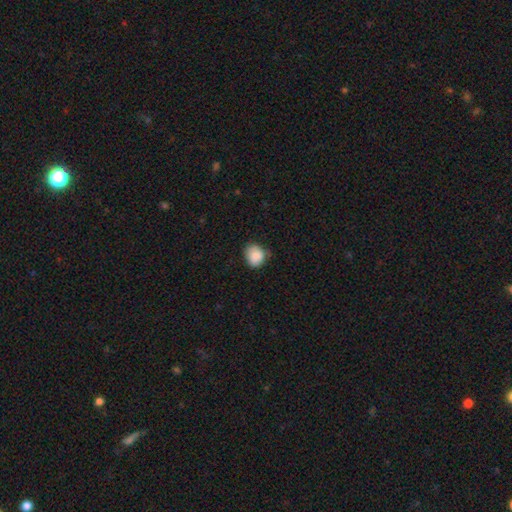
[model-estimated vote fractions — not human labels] This is clearly a smooth galaxy (86%). How rounded: likely round (63%). Merging: likely none (65%).